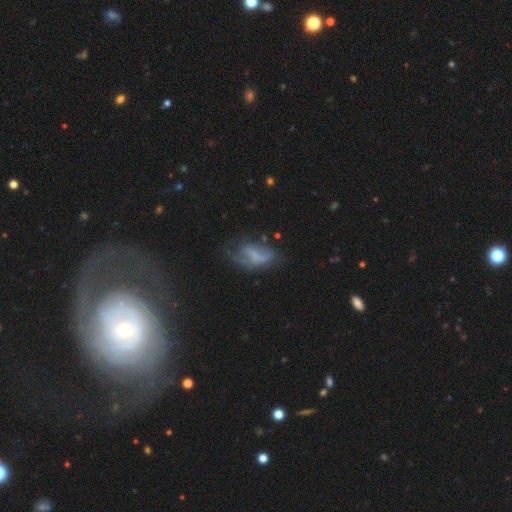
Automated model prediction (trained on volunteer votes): Smooth or featured? Predicted: featured or disk (p=0.44). Merging? Predicted: none (p=0.35).